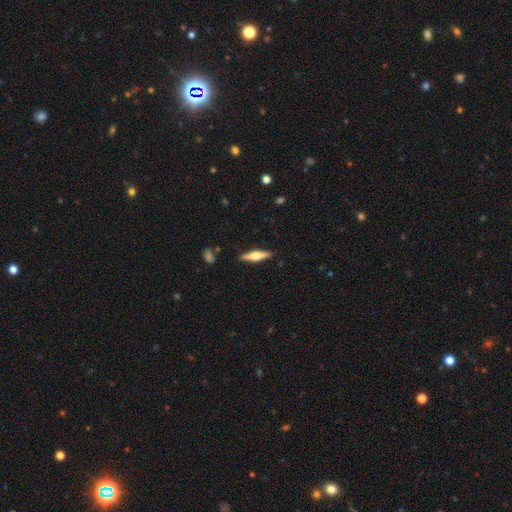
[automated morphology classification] Smooth or featured?
  - featured or disk: 53% *
  - smooth: 42%
  - star or artifact: 6%
Edge-on disk?
  - yes: 96% *
  - no: 4%
Edge-on bulge?
  - rounded: 89% *
  - boxy: 8%
  - none: 4%
Merging?
  - none: 88% *
  - minor disturbance: 9%
  - major disturbance: 2%
  - merger: 1%